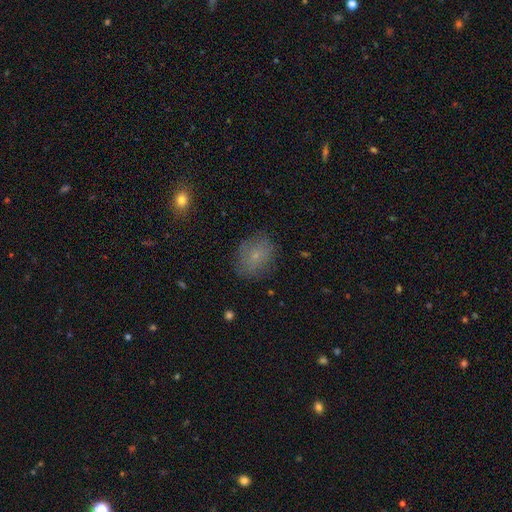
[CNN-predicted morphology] Smooth or featured? smooth (71%)
How rounded? in between (58%)
Merging? none (77%)